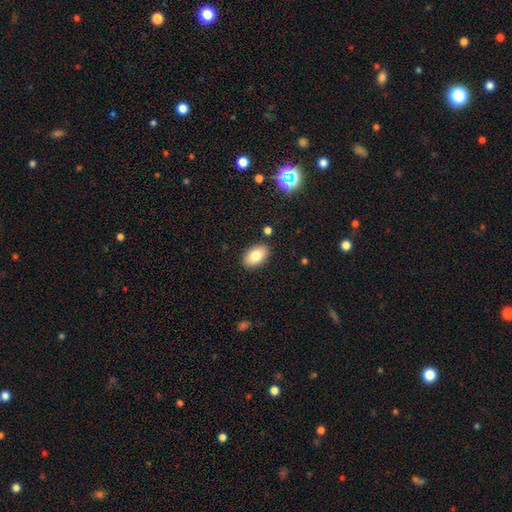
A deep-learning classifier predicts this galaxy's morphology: Q: Smooth or featured?
A: smooth (80%); runner-up: featured or disk (12%)
Q: How rounded?
A: in between (92%); runner-up: round (7%)
Q: Merging?
A: none (87%); runner-up: minor disturbance (9%)